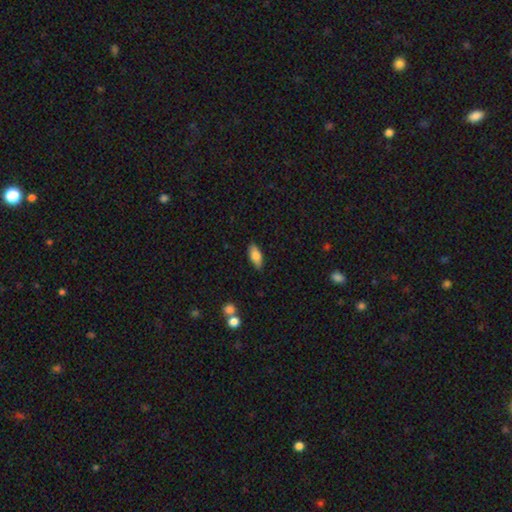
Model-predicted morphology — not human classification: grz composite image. It shows a smooth galaxy with no disk features (79%) that is in between round and cigar-shaped (82%). Merging: none (84%).